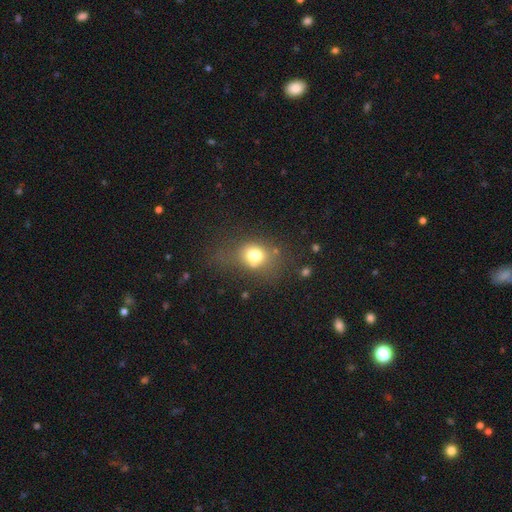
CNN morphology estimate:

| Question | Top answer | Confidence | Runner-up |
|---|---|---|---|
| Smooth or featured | smooth | 72% | featured or disk (15%) |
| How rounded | round | 54% | in between (45%) |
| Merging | none | 49% | minor disturbance (23%) |